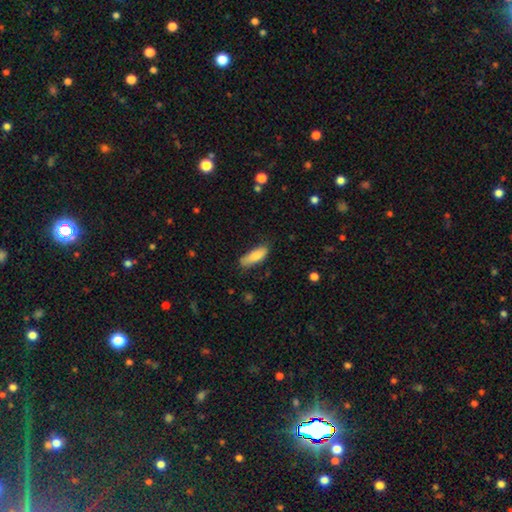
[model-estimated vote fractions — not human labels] Smooth or featured? Predicted: smooth (p=0.81). How rounded? Predicted: in between (p=0.59). Merging? Predicted: none (p=0.74).